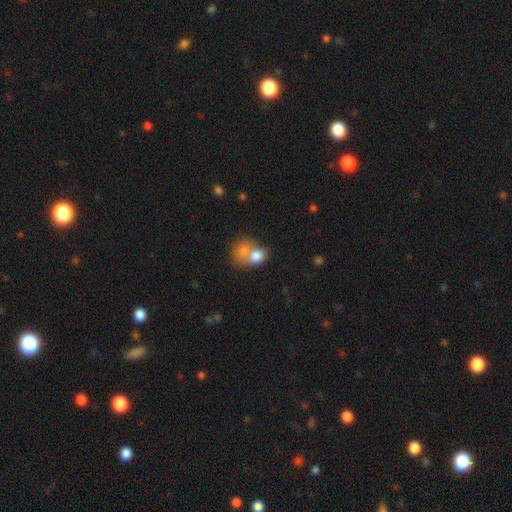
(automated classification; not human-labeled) This is likely a smooth galaxy (77%). How rounded: possibly round (50%). Merging: likely merger (64%).